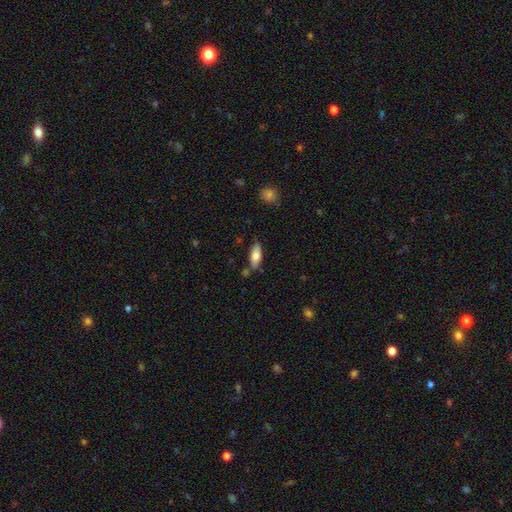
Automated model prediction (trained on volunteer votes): Smooth or featured?
  - smooth: 77% *
  - featured or disk: 16%
  - star or artifact: 6%
How rounded?
  - in between: 79% *
  - cigar-shaped: 19%
  - round: 2%
Merging?
  - none: 73% *
  - minor disturbance: 18%
  - merger: 6%
  - major disturbance: 4%